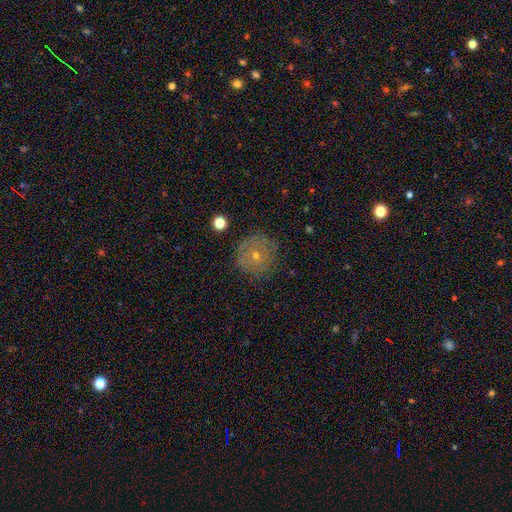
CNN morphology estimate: featured or disk 43% (tied), smooth 43% (tied), star or artifact 14%. Down the decision tree: merging — none (80%).